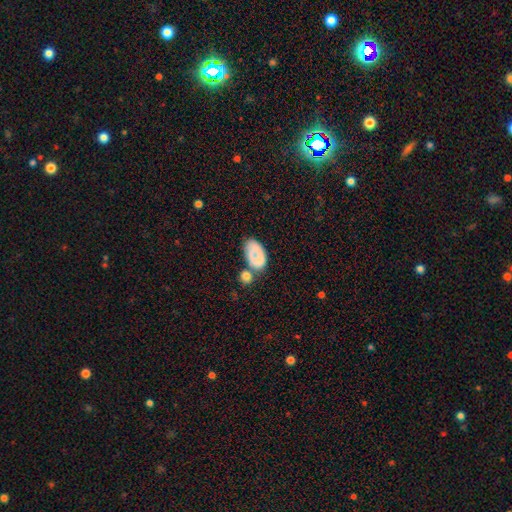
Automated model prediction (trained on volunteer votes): A smooth galaxy with no disk features (64%) that is in between round and cigar-shaped (89%).

Vote fractions:
- Smooth or featured? smooth: 64% / featured or disk: 27% / star or artifact: 10%
- How rounded? in between: 89% / round: 9% / cigar-shaped: 2%
- Merging? none: 43% / merger: 24% / minor disturbance: 20% / major disturbance: 13%